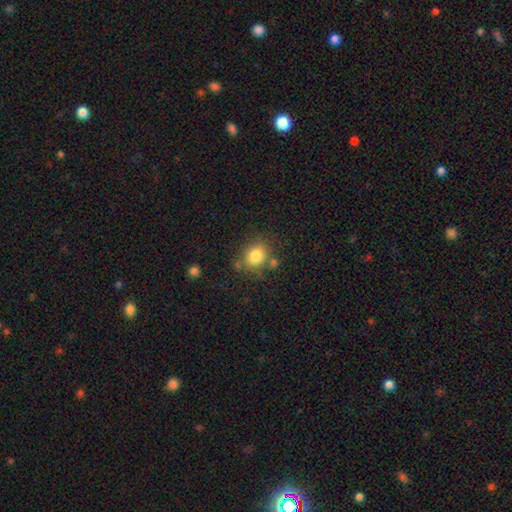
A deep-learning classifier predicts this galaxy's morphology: smooth 82%, star or artifact 10%, featured or disk 8%. Down the decision tree: how rounded — round (56%); merging — none (66%).